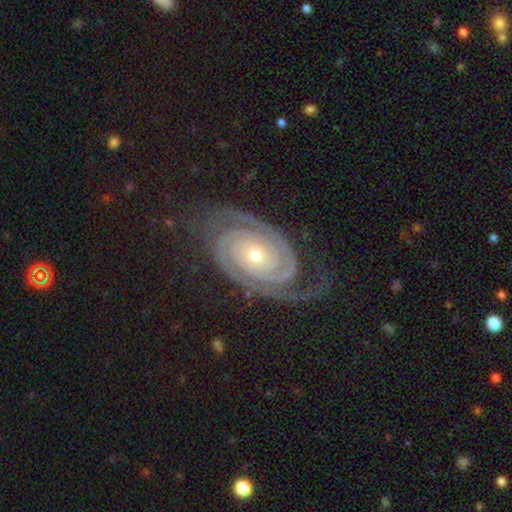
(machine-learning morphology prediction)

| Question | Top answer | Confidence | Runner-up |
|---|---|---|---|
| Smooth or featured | featured or disk | 93% | star or artifact (5%) |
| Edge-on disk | no | 97% | yes (3%) |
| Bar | no | 77% | weak (13%) |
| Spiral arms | yes | 99% | no (1%) |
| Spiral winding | tight | 82% | medium (15%) |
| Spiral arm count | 2 | 87% | 3 (5%) |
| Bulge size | small | 57% | moderate (39%) |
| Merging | none | 79% | minor disturbance (13%) |